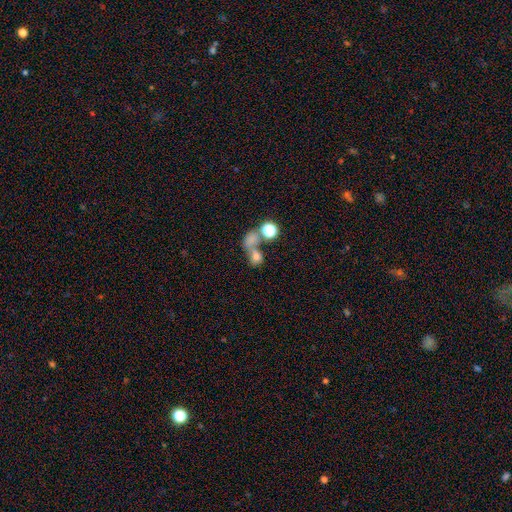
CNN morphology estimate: smooth_or_featured: smooth (p=0.66) [alt: star or artifact p=0.18]
how_rounded: round (p=0.59) [alt: in between p=0.39]
merging: merger (p=0.54) [alt: none p=0.27]